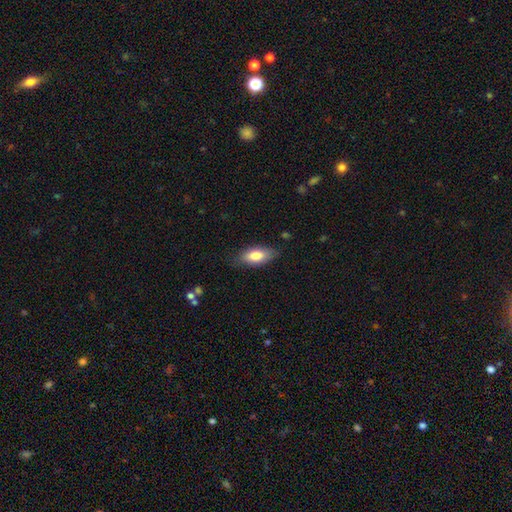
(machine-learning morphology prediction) The model was most divided on "merging": none: 77%, minor disturbance: 18%, major disturbance: 4%, merger: 1%. More confident: how rounded — in between (84%); smooth or featured — smooth (79%).